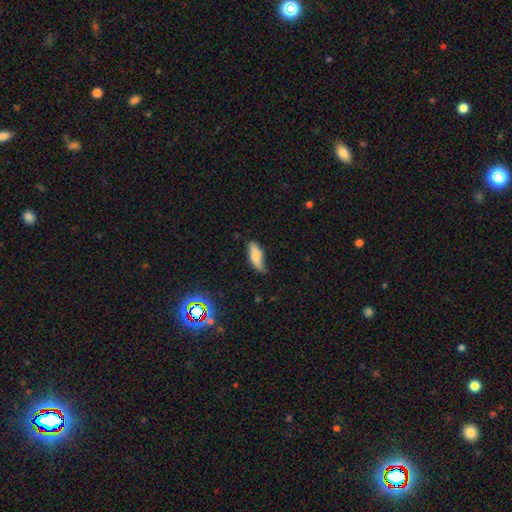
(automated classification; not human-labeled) The model was most divided on "merging": none: 62%, minor disturbance: 31%, major disturbance: 5%, merger: 2%. More confident: smooth or featured — smooth (80%); how rounded — in between (70%).